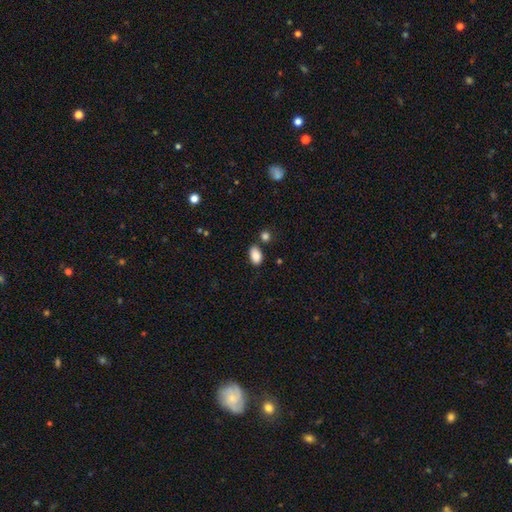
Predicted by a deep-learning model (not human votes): smooth 88%, star or artifact 8%, featured or disk 4%. Down the decision tree: how rounded — in between (91%); merging — none (75%).